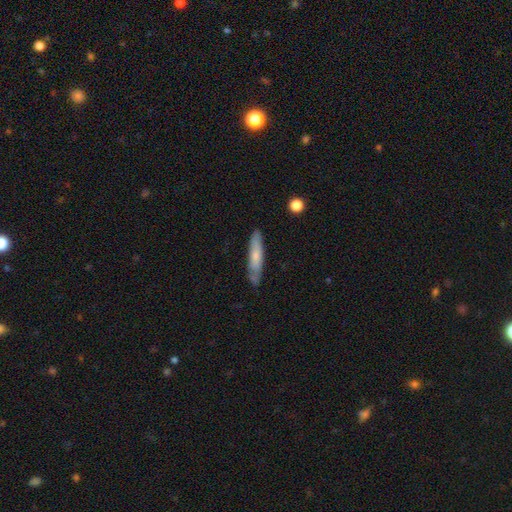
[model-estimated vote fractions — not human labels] Smooth or featured?
  - smooth: 62% *
  - featured or disk: 32%
  - star or artifact: 6%
How rounded?
  - cigar-shaped: 82% *
  - in between: 16%
  - round: 1%
Merging?
  - none: 74% *
  - minor disturbance: 19%
  - major disturbance: 4%
  - merger: 3%